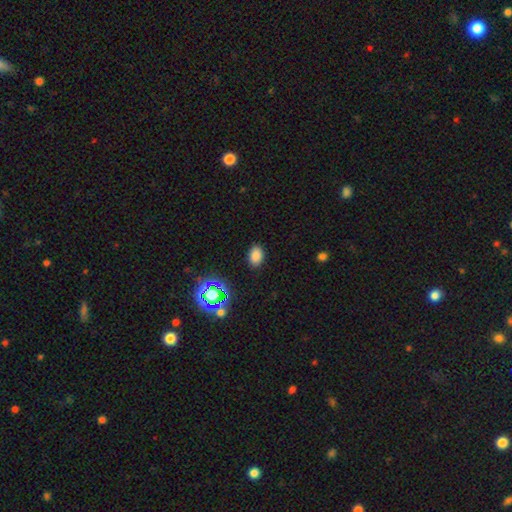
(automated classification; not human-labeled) Smooth or featured? Predicted: smooth (p=0.79). How rounded? Predicted: in between (p=0.81). Merging? Predicted: none (p=0.87).